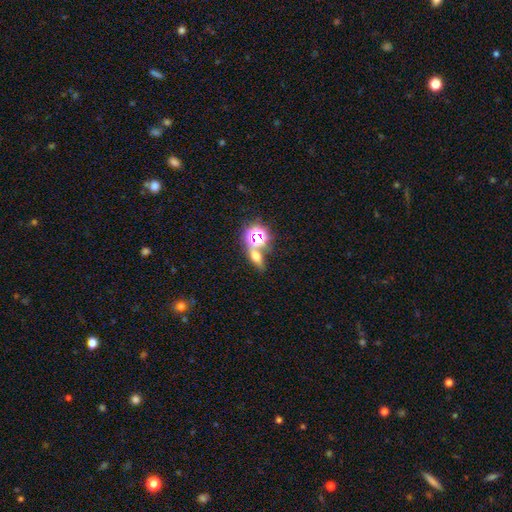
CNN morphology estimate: smooth_or_featured: smooth (p=0.46) [alt: star or artifact p=0.34]
merging: none (p=0.61) [alt: merger p=0.24]